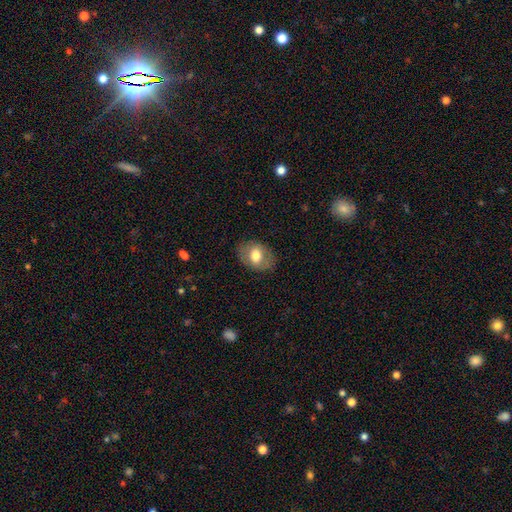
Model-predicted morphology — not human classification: This appears to be a smooth galaxy with no disk features (67%) that is in between round and cigar-shaped (73%). Merging: none (82%).